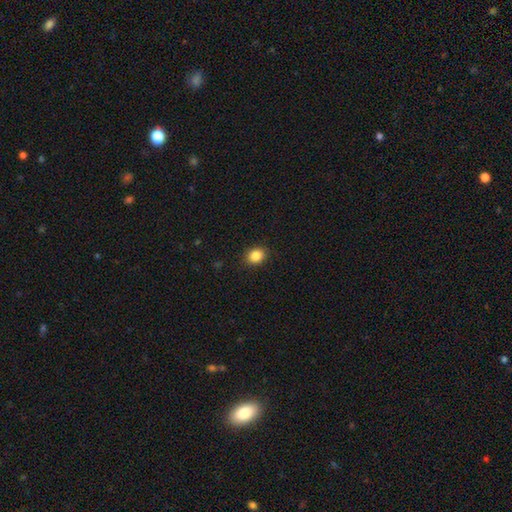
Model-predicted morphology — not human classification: Smooth or featured? Predicted: smooth (p=0.86). How rounded? Predicted: round (p=0.62). Merging? Predicted: none (p=0.90).